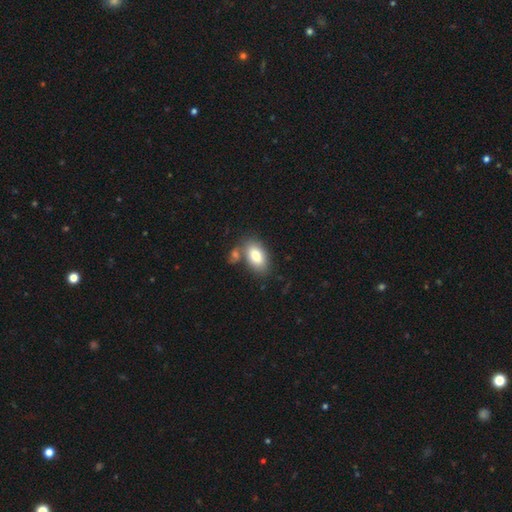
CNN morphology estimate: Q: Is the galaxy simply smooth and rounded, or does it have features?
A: smooth — 80%.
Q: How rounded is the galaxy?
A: in between — 91%.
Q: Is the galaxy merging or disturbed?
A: none — 62%.